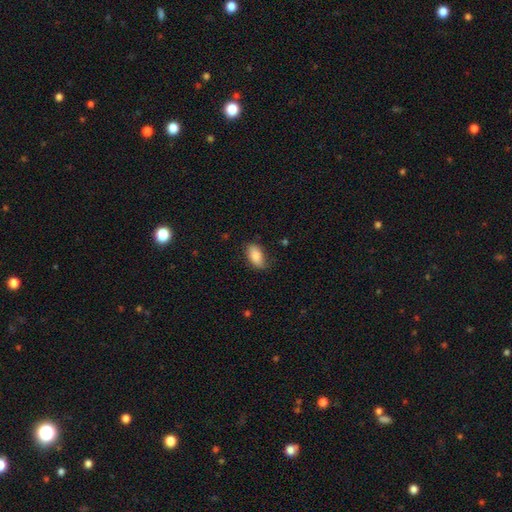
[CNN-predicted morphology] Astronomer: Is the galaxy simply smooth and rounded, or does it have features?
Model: smooth — 84%.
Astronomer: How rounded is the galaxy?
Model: in between — 92%.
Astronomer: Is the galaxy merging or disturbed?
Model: none — 75%.